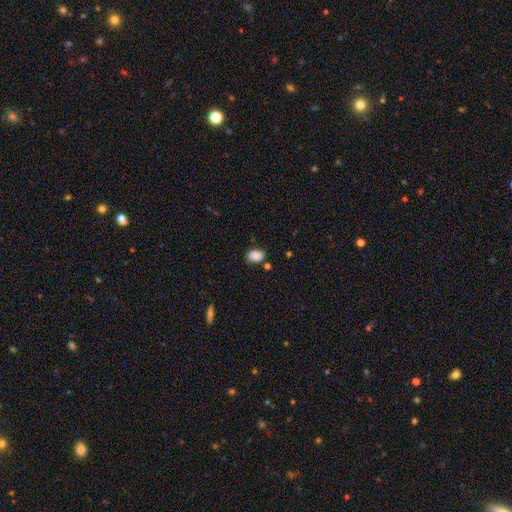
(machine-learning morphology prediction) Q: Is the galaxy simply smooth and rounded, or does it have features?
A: smooth — 86%.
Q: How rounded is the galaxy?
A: in between — 83%.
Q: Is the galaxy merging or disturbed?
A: none — 72%.